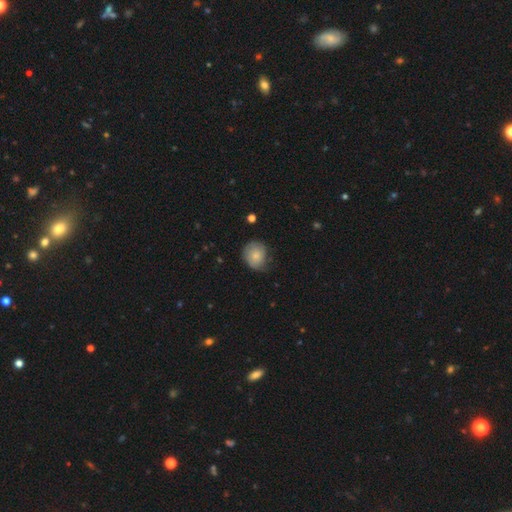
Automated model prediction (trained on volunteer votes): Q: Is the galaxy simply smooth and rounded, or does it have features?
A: smooth — 72%.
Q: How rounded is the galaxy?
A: round — 70%.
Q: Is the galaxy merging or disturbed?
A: none — 55%.